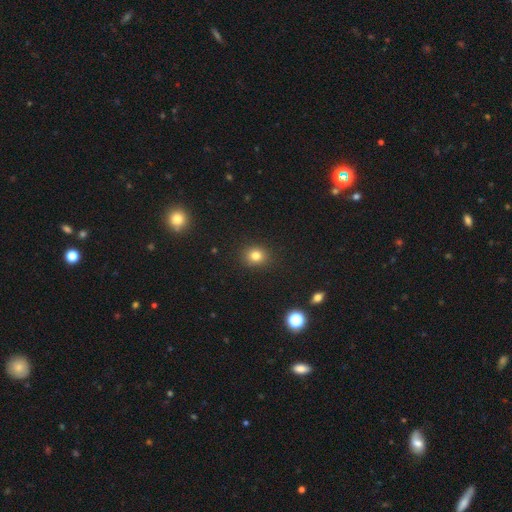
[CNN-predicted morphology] Overall: smooth (81%). How rounded: round (75%). Merging: none (89%).